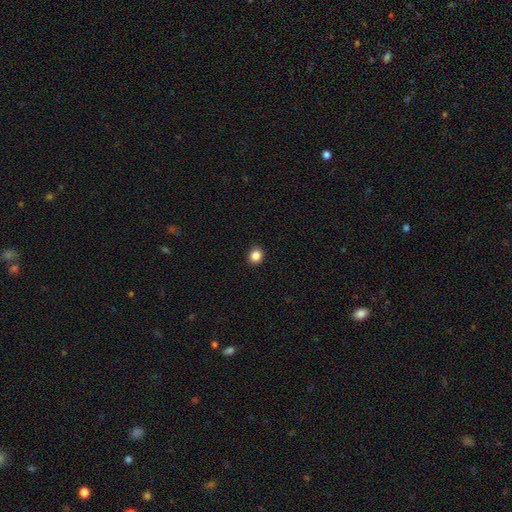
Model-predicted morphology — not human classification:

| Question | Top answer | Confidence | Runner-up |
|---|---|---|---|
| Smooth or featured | smooth | 86% | star or artifact (11%) |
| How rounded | round | 84% | in between (15%) |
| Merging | none | 92% | minor disturbance (6%) |